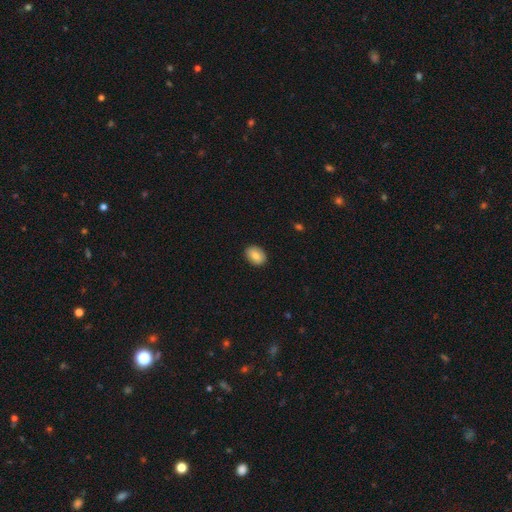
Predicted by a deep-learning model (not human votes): Q: Smooth or featured?
A: smooth (81%); runner-up: featured or disk (12%)
Q: How rounded?
A: in between (71%); runner-up: round (28%)
Q: Merging?
A: none (89%); runner-up: minor disturbance (8%)